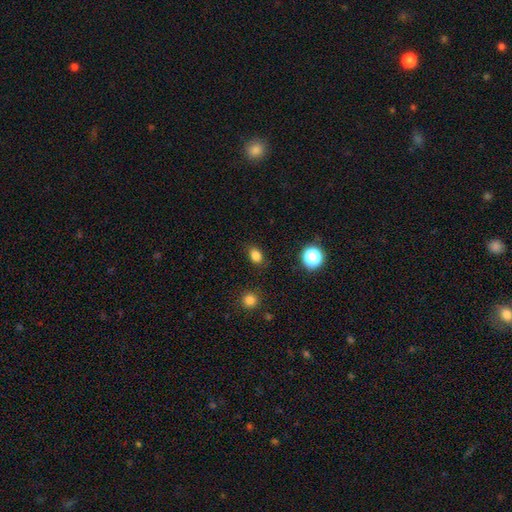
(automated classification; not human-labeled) Smooth or featured: smooth — 81% (star or artifact — 13%)
How rounded: in between — 66% (round — 32%)
Merging: none — 85% (minor disturbance — 11%)